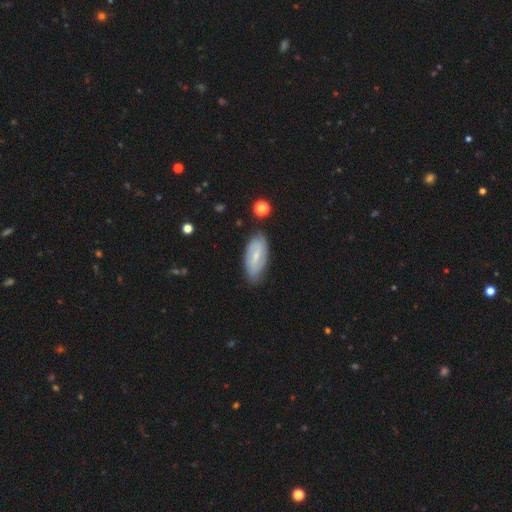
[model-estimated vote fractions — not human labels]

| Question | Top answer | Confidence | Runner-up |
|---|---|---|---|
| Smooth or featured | featured or disk | 55% | smooth (38%) |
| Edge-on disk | no | 89% | yes (11%) |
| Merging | none | 77% | minor disturbance (17%) |